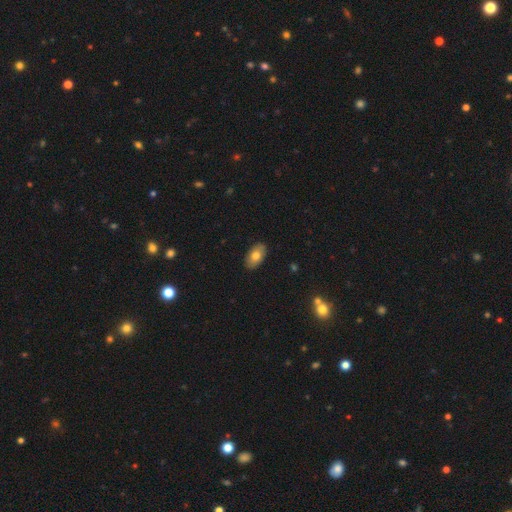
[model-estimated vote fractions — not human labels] Smooth or featured? smooth (77%)
How rounded? in between (93%)
Merging? none (88%)